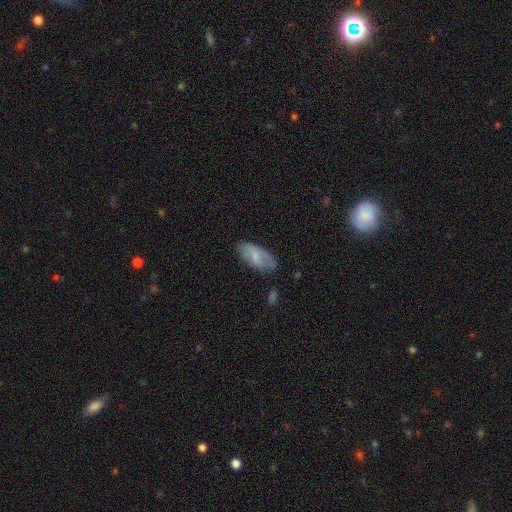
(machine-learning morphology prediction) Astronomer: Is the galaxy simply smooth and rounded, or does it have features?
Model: smooth — 68%.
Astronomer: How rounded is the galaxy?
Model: in between — 91%.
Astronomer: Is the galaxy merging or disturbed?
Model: none — 70%.